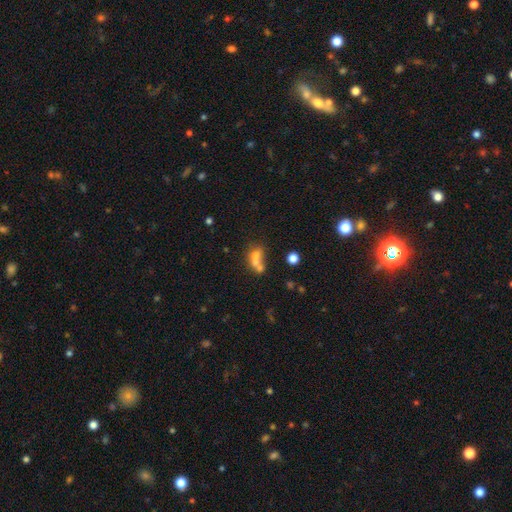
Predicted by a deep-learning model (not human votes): smooth_or_featured: smooth (p=0.59) [alt: featured or disk p=0.23]
how_rounded: round (p=0.50) [alt: in between p=0.46]
merging: merger (p=0.60) [alt: none p=0.26]